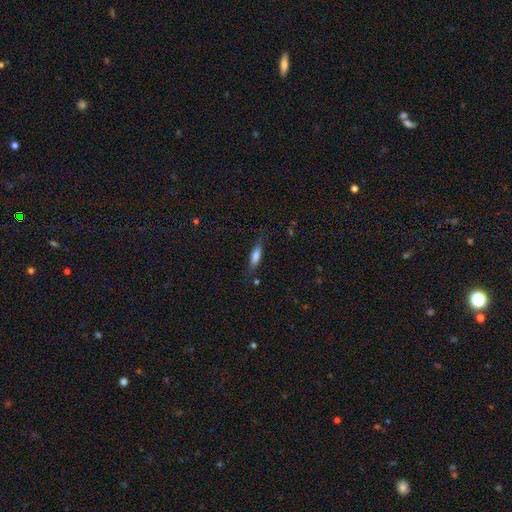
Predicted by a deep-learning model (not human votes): A smooth galaxy with no disk features (71%) that is cigar-shaped (60%). Merging: none (75%).